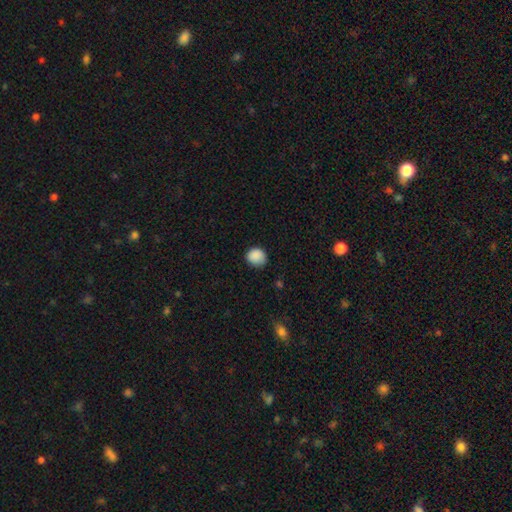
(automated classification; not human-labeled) Morphology: type=smooth (89%); roundness=round (80%); merging=none (81%).